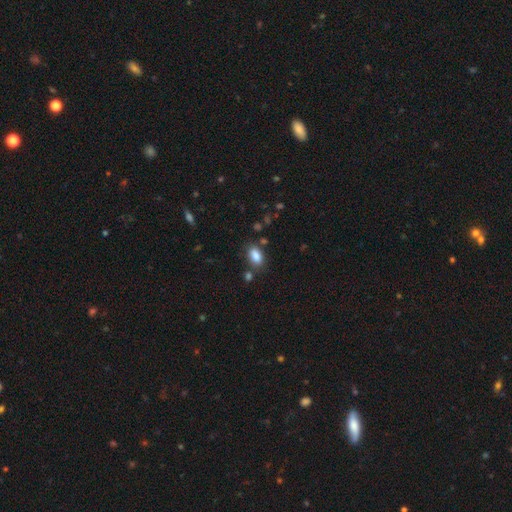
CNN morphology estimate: Smooth or featured? smooth (86%)
How rounded? in between (89%)
Merging? none (75%)